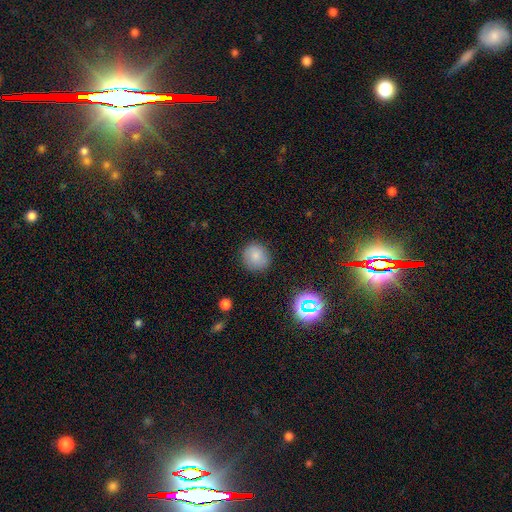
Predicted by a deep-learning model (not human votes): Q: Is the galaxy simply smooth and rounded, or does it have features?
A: smooth — 82%.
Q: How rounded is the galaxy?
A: round — 90%.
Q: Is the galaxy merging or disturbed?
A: none — 87%.